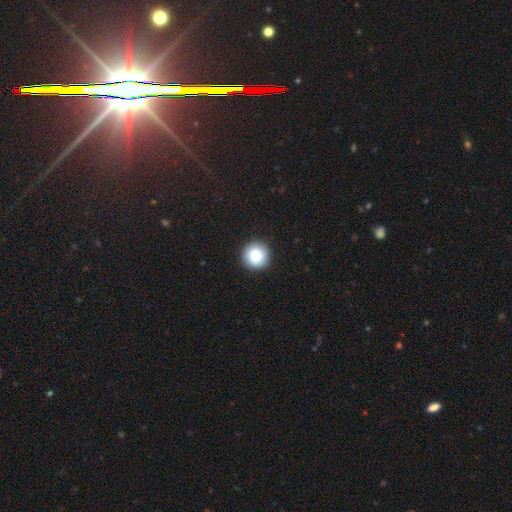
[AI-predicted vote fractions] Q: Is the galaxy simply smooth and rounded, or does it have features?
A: smooth — 83%.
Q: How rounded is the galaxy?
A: round — 96%.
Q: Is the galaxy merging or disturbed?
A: none — 91%.